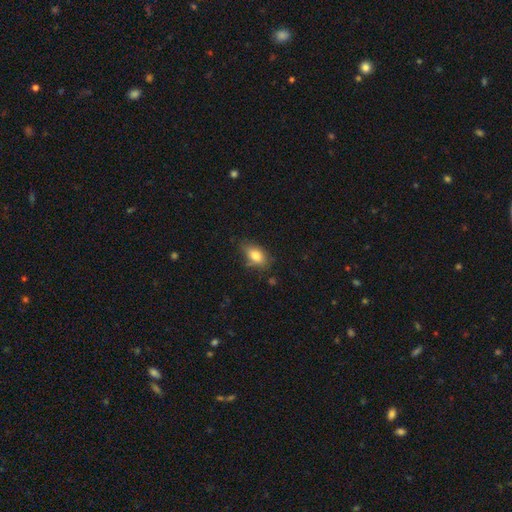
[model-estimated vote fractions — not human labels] Q: Smooth or featured?
A: smooth (79%); runner-up: featured or disk (12%)
Q: How rounded?
A: in between (85%); runner-up: round (10%)
Q: Merging?
A: none (68%); runner-up: minor disturbance (24%)